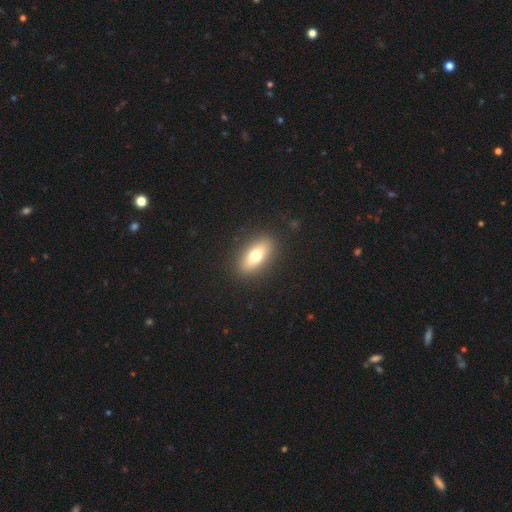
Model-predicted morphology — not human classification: The model was most divided on "smooth or featured": smooth: 67%, featured or disk: 25%, star or artifact: 8%. More confident: merging — none (89%); how rounded — in between (77%).